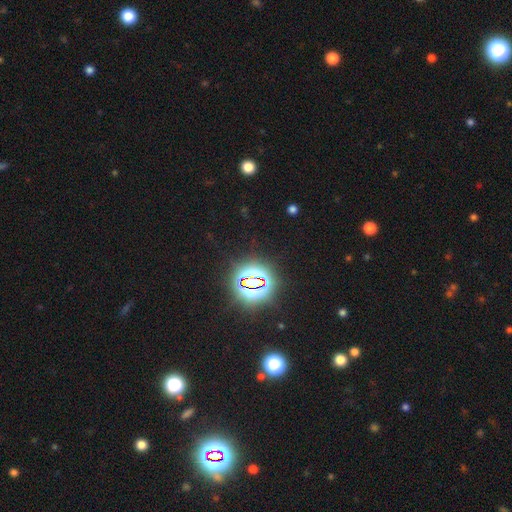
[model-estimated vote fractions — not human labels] This appears to be a star or artifact, not a galaxy (78%).